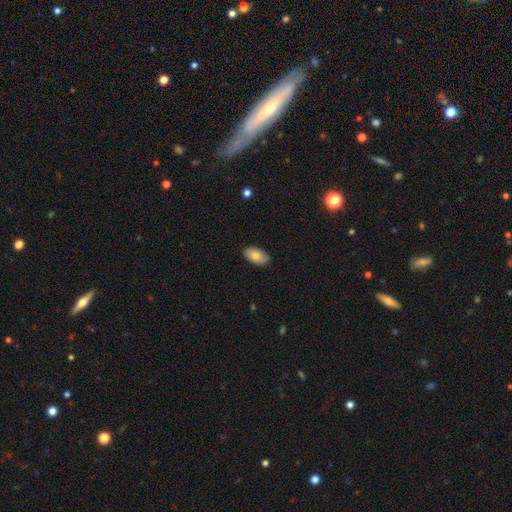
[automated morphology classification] This is likely a smooth galaxy (78%). How rounded: clearly in between (94%). Merging: clearly none (87%).